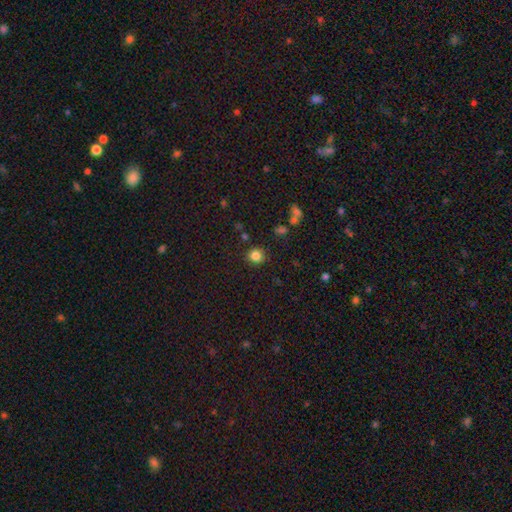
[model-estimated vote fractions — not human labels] Morphology: type=smooth (83%); roundness=round (91%); merging=none (88%).